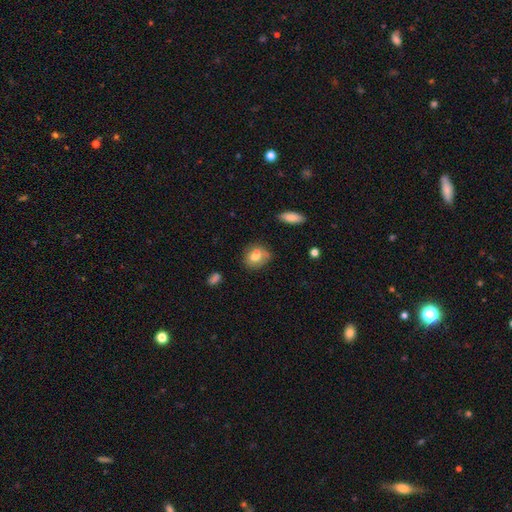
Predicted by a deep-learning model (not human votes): Smooth or featured: smooth — 71% (featured or disk — 20%)
How rounded: in between — 49% (tied with round — 49%)
Merging: none — 53% (minor disturbance — 22%)